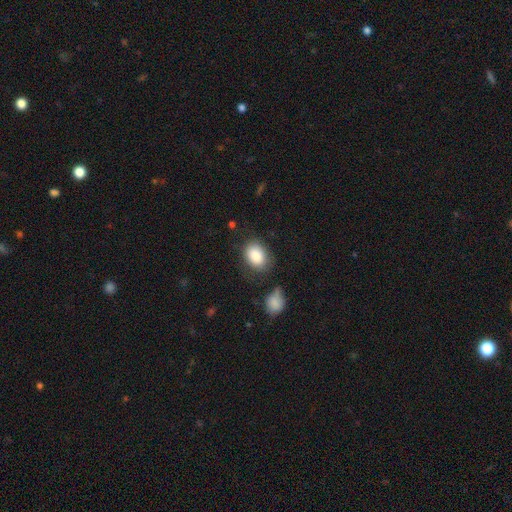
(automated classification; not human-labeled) A smooth galaxy with no disk features (86%) that is in between round and cigar-shaped (70%).

Vote fractions:
- Smooth or featured? smooth: 86% / star or artifact: 7% / featured or disk: 7%
- How rounded? in between: 70% / round: 29% / cigar-shaped: 1%
- Merging? none: 69% / minor disturbance: 19% / merger: 6% / major disturbance: 6%